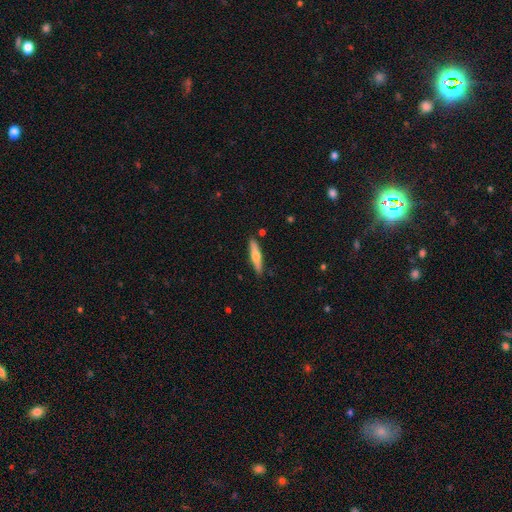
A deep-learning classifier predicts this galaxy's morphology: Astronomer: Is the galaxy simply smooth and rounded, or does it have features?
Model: smooth — 53% (runner-up: featured or disk, 42%).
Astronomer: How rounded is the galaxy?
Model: cigar-shaped — 85%.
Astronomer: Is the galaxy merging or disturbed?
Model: none — 88%.